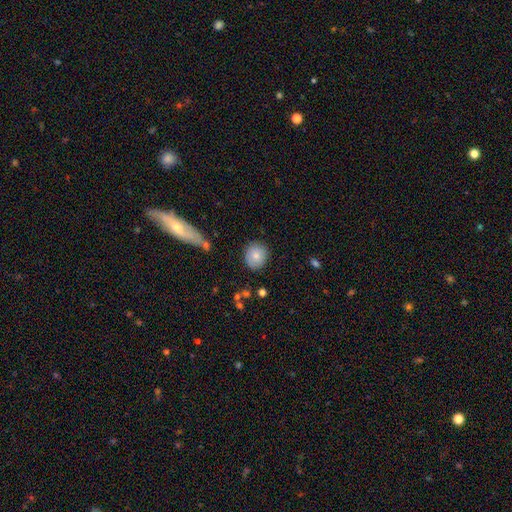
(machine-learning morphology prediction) Smooth or featured: smooth — 80% (featured or disk — 12%)
How rounded: round — 82% (in between — 17%)
Merging: none — 84% (minor disturbance — 11%)